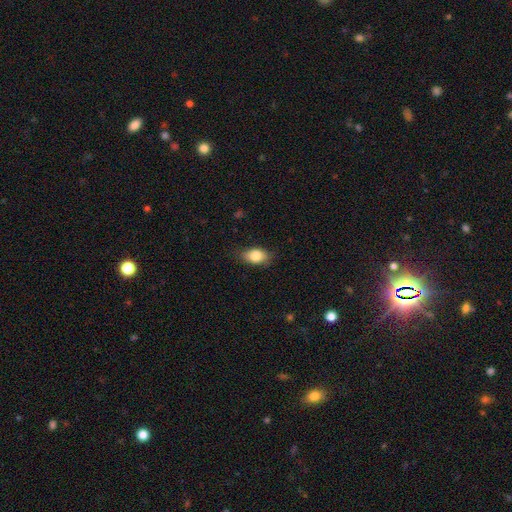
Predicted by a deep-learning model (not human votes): Q: Smooth or featured?
A: smooth (84%); runner-up: featured or disk (9%)
Q: How rounded?
A: in between (85%); runner-up: round (12%)
Q: Merging?
A: none (77%); runner-up: minor disturbance (18%)